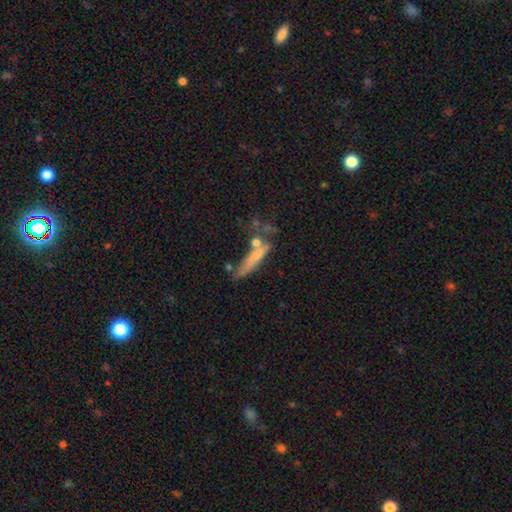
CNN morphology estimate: A smooth galaxy with no disk features (60%) that is cigar-shaped (80%). Merging: none (45%).